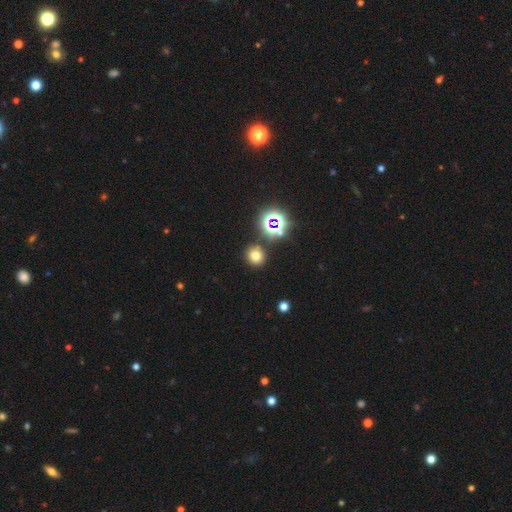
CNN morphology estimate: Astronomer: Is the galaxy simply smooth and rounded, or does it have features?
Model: smooth — 67%.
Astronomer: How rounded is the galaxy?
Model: round — 88%.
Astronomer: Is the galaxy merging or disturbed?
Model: none — 83%.